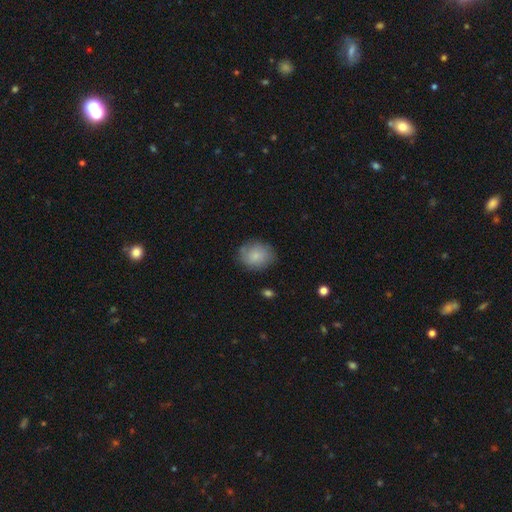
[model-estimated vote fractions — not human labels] Smooth or featured: smooth — 77% (featured or disk — 15%)
How rounded: round — 54% (in between — 45%)
Merging: none — 74% (minor disturbance — 19%)